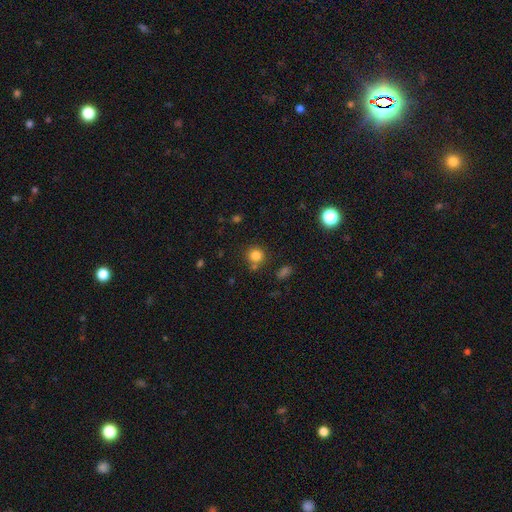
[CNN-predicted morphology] smooth 81%, star or artifact 13%, featured or disk 6%. Down the decision tree: how rounded — round (90%); merging — none (72%).